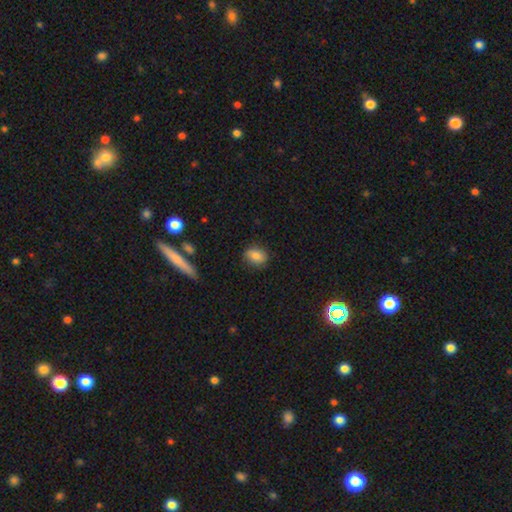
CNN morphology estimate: This is clearly a smooth galaxy (83%). How rounded: likely in between (66%). Merging: clearly none (80%).